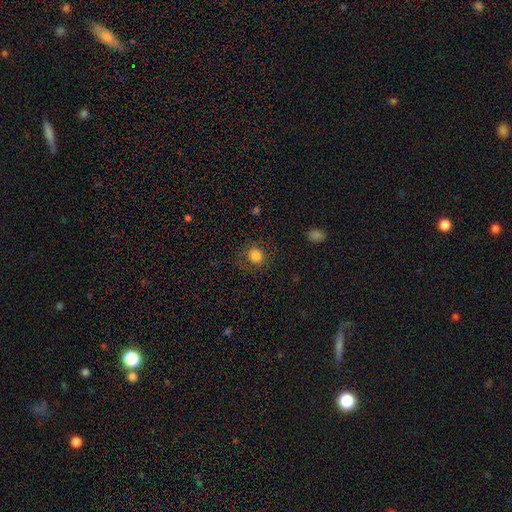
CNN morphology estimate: A smooth galaxy with no disk features (83%) that is round (89%).

Vote fractions:
- Smooth or featured? smooth: 83% / star or artifact: 12% / featured or disk: 5%
- How rounded? round: 89% / in between: 10% / cigar-shaped: 1%
- Merging? none: 83% / minor disturbance: 11% / major disturbance: 5% / merger: 1%